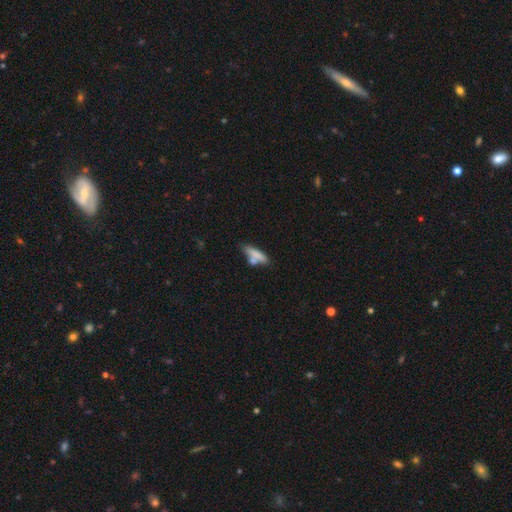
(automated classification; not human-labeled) The model was most divided on "merging": none: 47%, merger: 30%, minor disturbance: 16%, major disturbance: 6%. More confident: smooth or featured — smooth (72%); how rounded — cigar-shaped (62%).